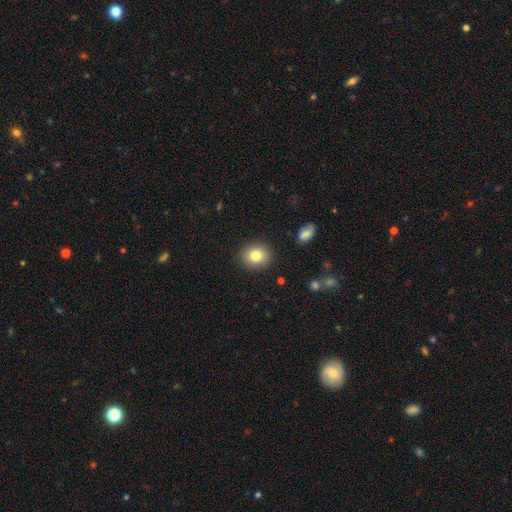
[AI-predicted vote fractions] Q: Smooth or featured?
A: smooth (82%); runner-up: star or artifact (10%)
Q: How rounded?
A: round (78%); runner-up: in between (21%)
Q: Merging?
A: none (89%); runner-up: minor disturbance (7%)